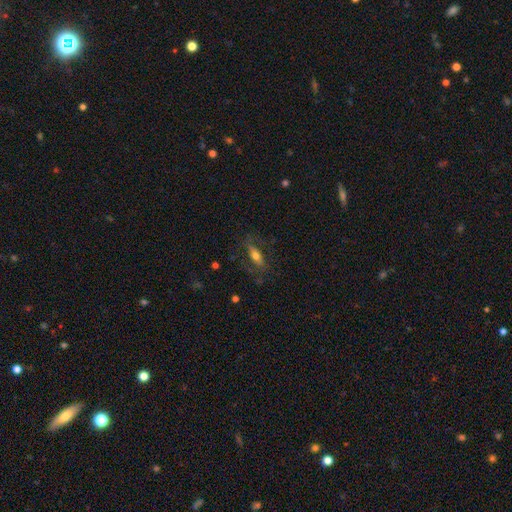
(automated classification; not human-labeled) Q: Smooth or featured?
A: smooth (56%); runner-up: featured or disk (36%)
Q: How rounded?
A: in between (66%); runner-up: cigar-shaped (30%)
Q: Merging?
A: none (69%); runner-up: minor disturbance (18%)